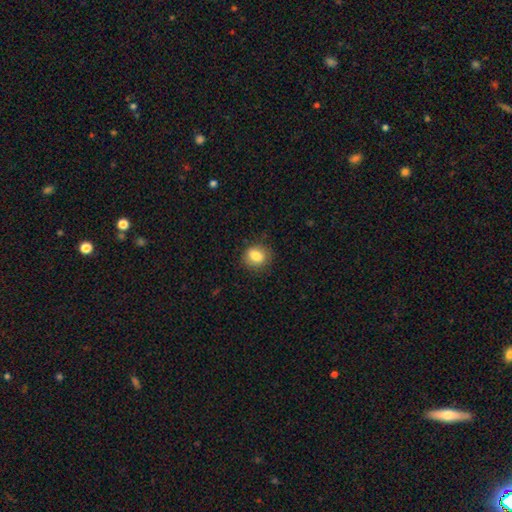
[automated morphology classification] Overall: smooth (83%). How rounded: round (54%; in between 44%). Merging: none (83%).